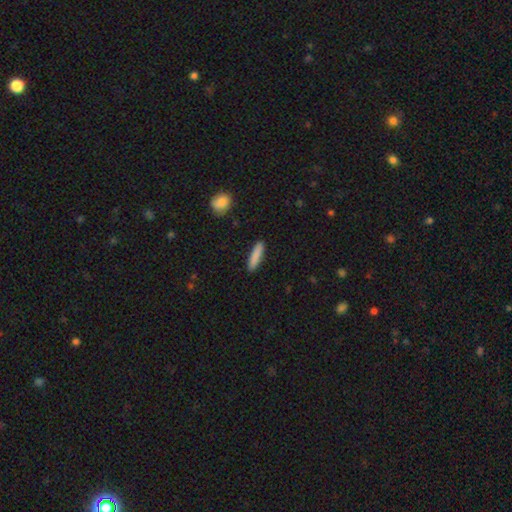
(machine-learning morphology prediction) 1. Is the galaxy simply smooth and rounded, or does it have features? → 87% smooth, 8% featured or disk, 6% star or artifact.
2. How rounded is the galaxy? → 84% cigar-shaped, 15% in between, 1% round.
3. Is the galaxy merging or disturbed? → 91% none, 6% minor disturbance, 2% major disturbance, 1% merger.